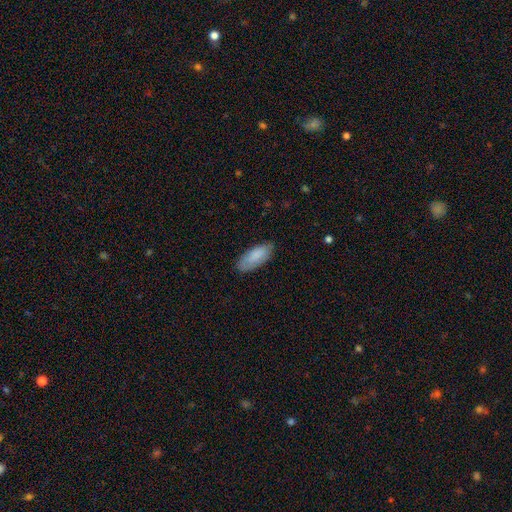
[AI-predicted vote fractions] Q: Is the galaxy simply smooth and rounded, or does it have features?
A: smooth — 84%.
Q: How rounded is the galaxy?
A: in between — 84%.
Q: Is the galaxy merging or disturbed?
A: none — 78%.